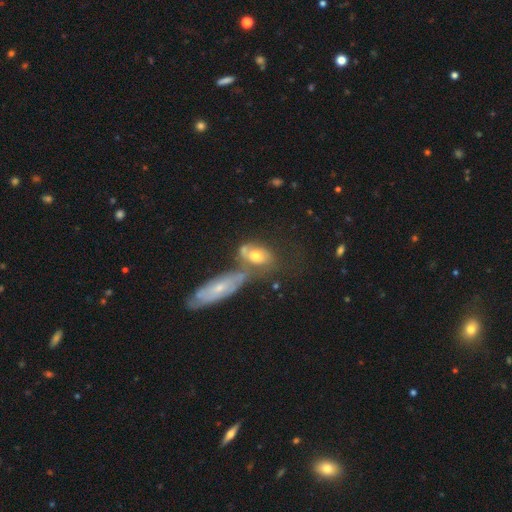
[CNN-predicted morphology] Smooth or featured? smooth (52%)
How rounded? in between (75%)
Merging? merger (45%)